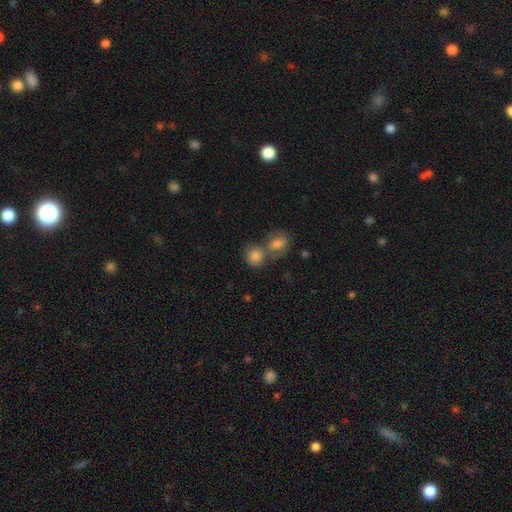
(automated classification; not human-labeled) A smooth galaxy with no disk features (80%) that is round (68%). Merging: merger (52%).